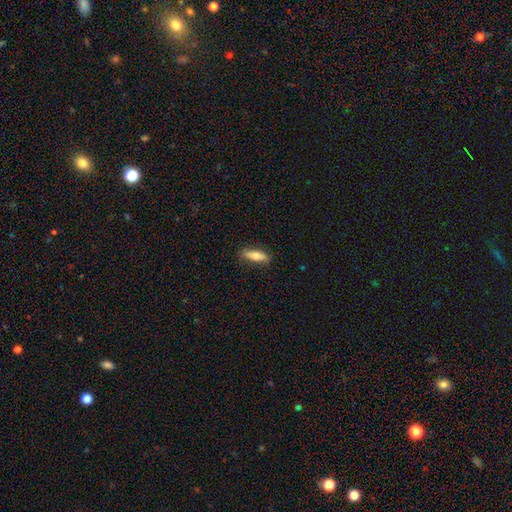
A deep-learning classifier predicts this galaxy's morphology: smooth_or_featured: smooth (p=0.68) [alt: featured or disk p=0.26]
how_rounded: cigar-shaped (p=0.51) [alt: in between p=0.46]
merging: none (p=0.84) [alt: minor disturbance p=0.12]